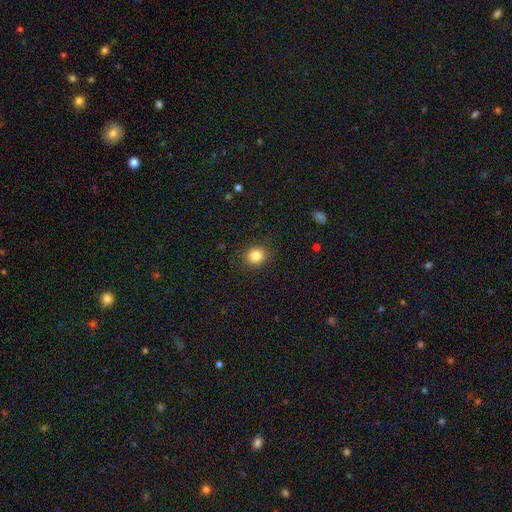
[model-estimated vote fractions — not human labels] Morphology: type=smooth (85%); roundness=round (84%); merging=none (90%).